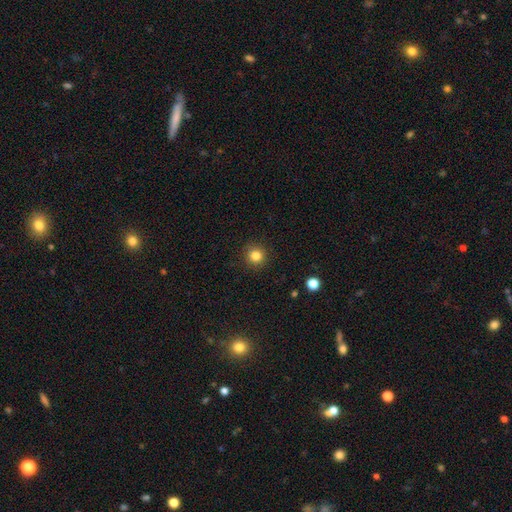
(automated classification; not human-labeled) smooth-or-featured: smooth: 83% | star or artifact: 11% | featured or disk: 5%
  how-rounded: round: 95% | in between: 4% | cigar-shaped: 1%
  merging: none: 91% | minor disturbance: 6% | major disturbance: 2% | merger: 1%